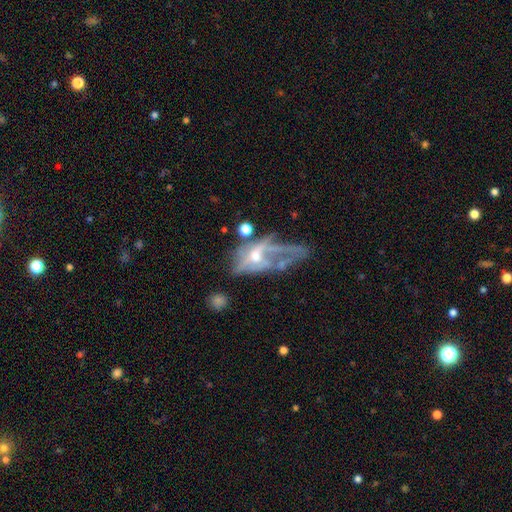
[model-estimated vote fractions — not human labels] Q: Smooth or featured?
A: featured or disk (65%); runner-up: smooth (23%)
Q: Edge-on disk?
A: no (83%); runner-up: yes (17%)
Q: Bar?
A: no (76%); runner-up: weak (18%)
Q: Spiral arms?
A: no (66%); runner-up: yes (34%)
Q: Bulge size?
A: moderate (52%); runner-up: small (32%)
Q: Merging?
A: major disturbance (47%); runner-up: none (20%)